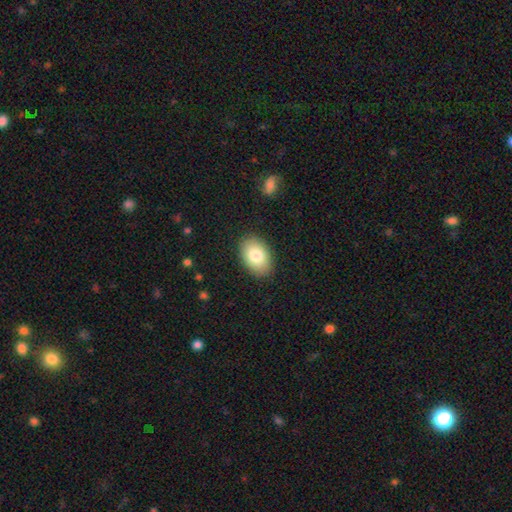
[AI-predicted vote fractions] smooth 82%, featured or disk 11%, star or artifact 7%. Down the decision tree: how rounded — in between (90%); merging — none (88%).